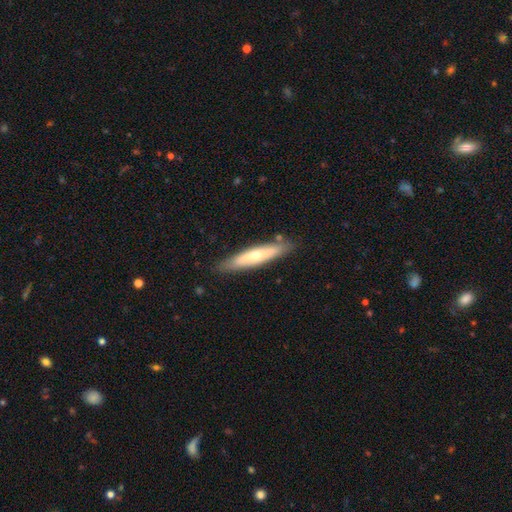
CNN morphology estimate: This appears to be a smooth galaxy with no disk features (54%) that is cigar-shaped (83%). Merging: none (83%).